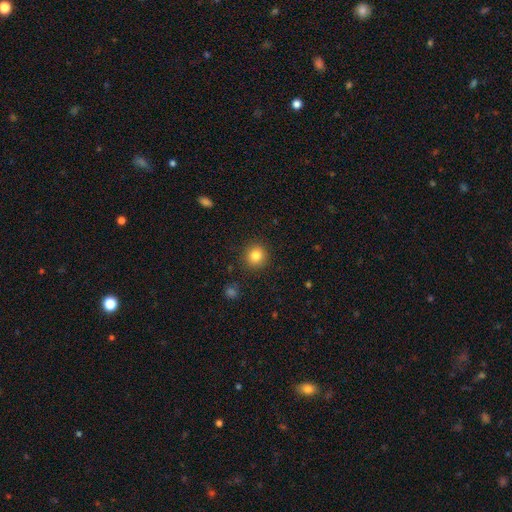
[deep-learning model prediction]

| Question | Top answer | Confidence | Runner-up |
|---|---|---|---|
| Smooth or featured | smooth | 83% | star or artifact (11%) |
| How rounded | round | 92% | in between (7%) |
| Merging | none | 90% | minor disturbance (6%) |